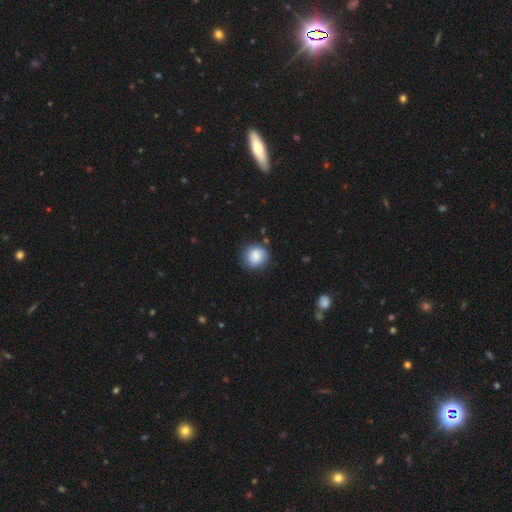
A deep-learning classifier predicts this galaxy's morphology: This is clearly a smooth galaxy (81%). How rounded: clearly round (88%). Merging: clearly none (81%).